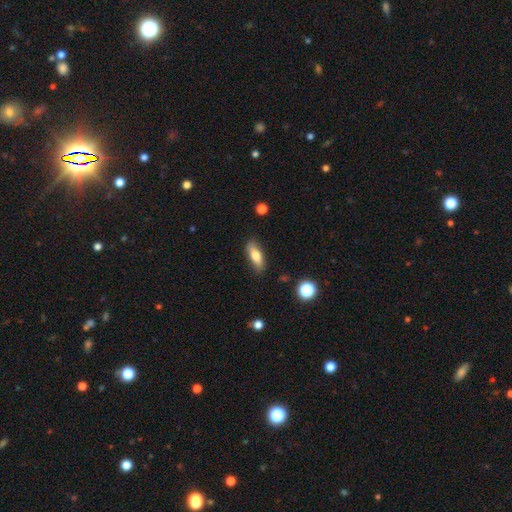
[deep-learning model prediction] This is likely a smooth galaxy (73%). How rounded: likely in between (63%). Merging: clearly none (82%).